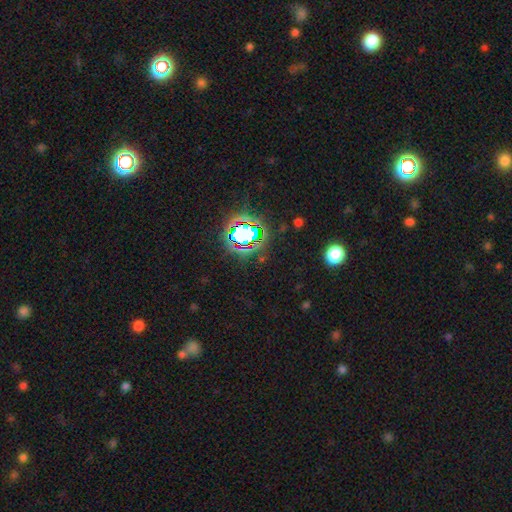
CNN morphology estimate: This appears to be a star or artifact, not a galaxy (80%).